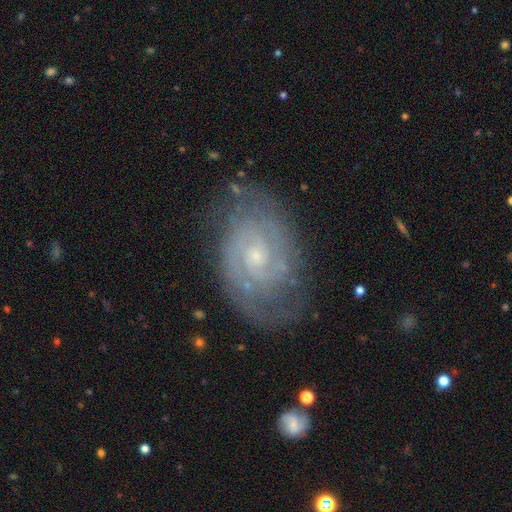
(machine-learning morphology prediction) This appears to be a featured or disk galaxy (86%) with no bar (67%), 2 (56%) tight (70%) spiral arms (96%) and a small central bulge (71%). Merging: none (76%).